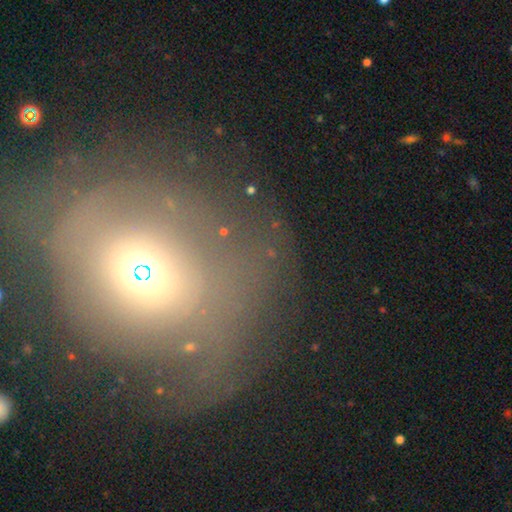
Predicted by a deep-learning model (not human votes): Morphology: type=smooth (43%); merging=none (43%).